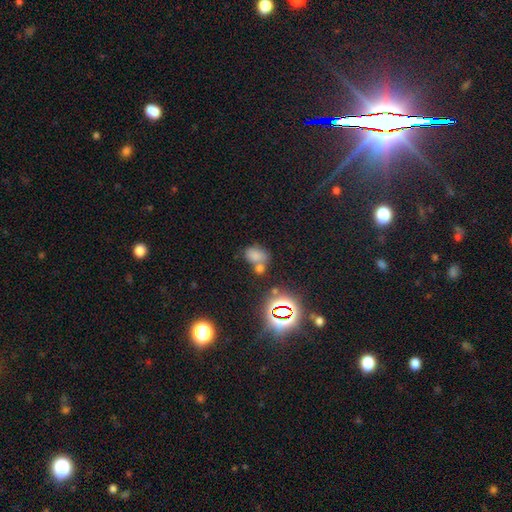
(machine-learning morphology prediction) The model was most divided on "merging": merger: 40%, none: 39%, minor disturbance: 14%, major disturbance: 7%. More confident: how rounded — in between (72%); smooth or featured — smooth (66%).